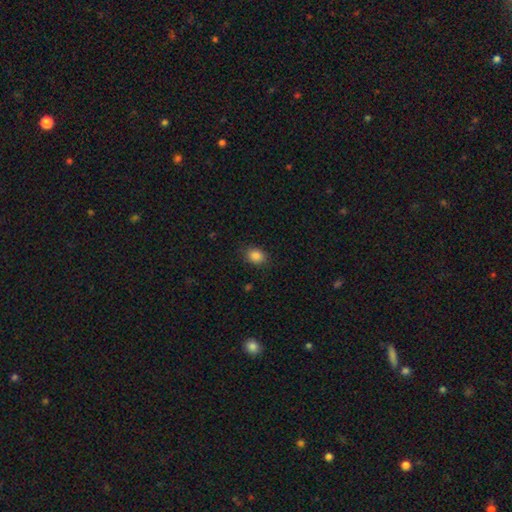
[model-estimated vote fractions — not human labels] Smooth or featured? smooth (86%)
How rounded? in between (54%)
Merging? none (84%)